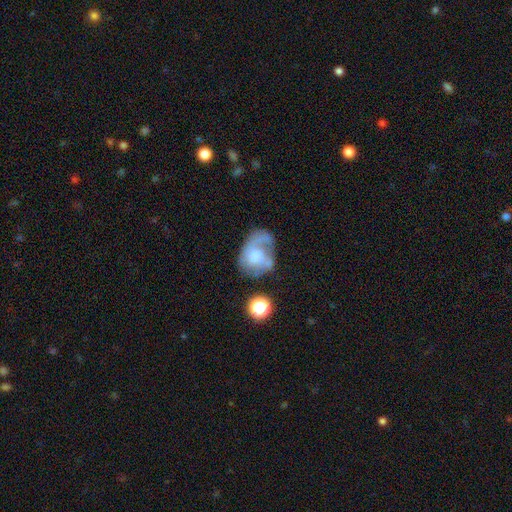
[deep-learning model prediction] Q: Smooth or featured?
A: featured or disk (55%); runner-up: smooth (36%)
Q: Edge-on disk?
A: no (97%); runner-up: yes (3%)
Q: Bar?
A: no (77%); runner-up: weak (19%)
Q: Spiral arms?
A: yes (55%); runner-up: no (45%)
Q: Bulge size?
A: moderate (29%); runner-up: none (28%)
Q: Merging?
A: none (34%); runner-up: major disturbance (33%)